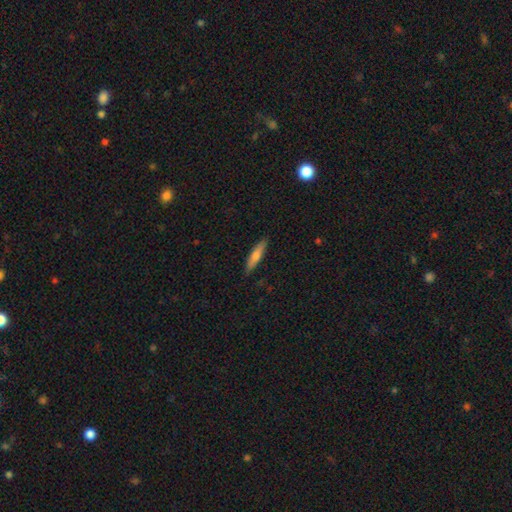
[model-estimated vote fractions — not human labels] The model was most divided on "smooth or featured": smooth: 65%, featured or disk: 29%, star or artifact: 6%. More confident: merging — none (88%); how rounded — cigar-shaped (82%).